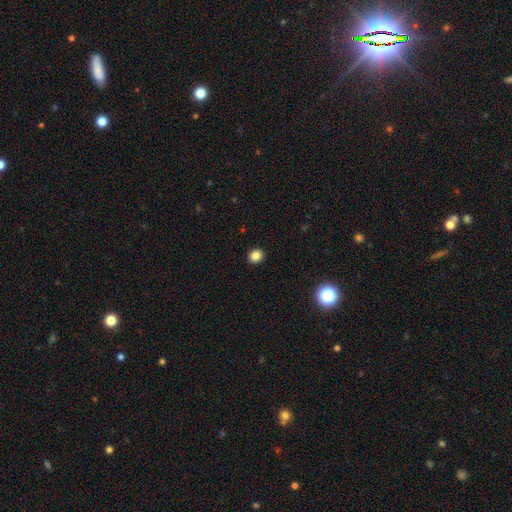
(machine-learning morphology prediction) The model was most divided on "how rounded": round: 79%, in between: 20%, cigar-shaped: 1%. More confident: merging — none (92%); smooth or featured — smooth (85%).